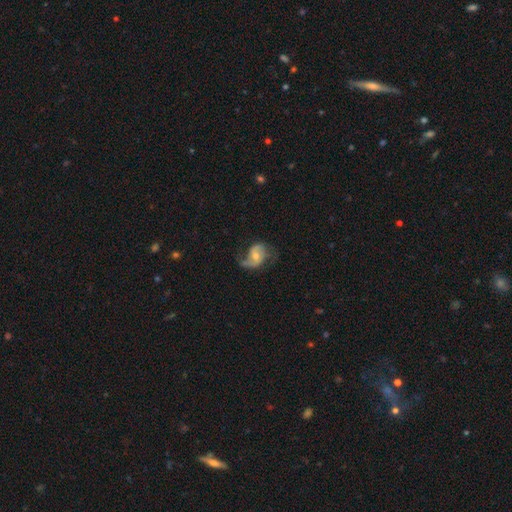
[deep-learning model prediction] smooth-or-featured: featured or disk: 75% | smooth: 19% | star or artifact: 6%
  disk-edge-on: no: 97% | yes: 3%
    bar: no: 49% | weak: 40% | strong: 12%
    has-spiral-arms: yes: 92% | no: 8%
      spiral-winding: loose: 50% | medium: 38% | tight: 11%
      spiral-arm-count: 2: 76% | 1: 16% | can't tell: 5% | 3: 1% | 4: 1% | more than 4: 1%
    bulge-size: moderate: 55% | small: 37% | large: 4% | none: 3% | dominant: 1%
  merging: none: 54% | minor disturbance: 24% | major disturbance: 20% | merger: 2%